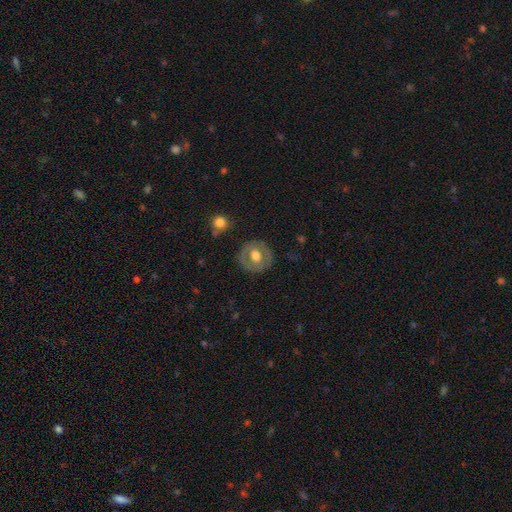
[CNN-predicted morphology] type=smooth (48%); merging=none (82%).